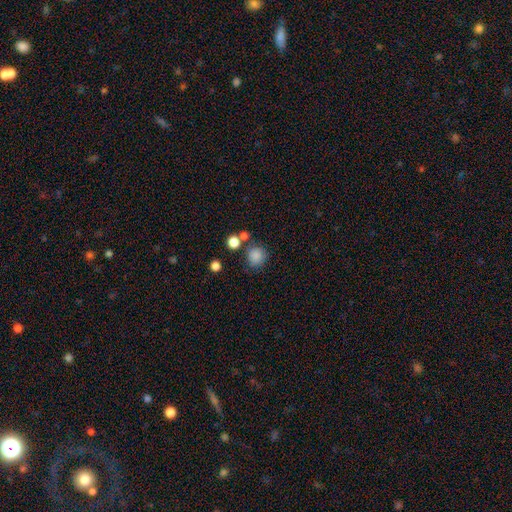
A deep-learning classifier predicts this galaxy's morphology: smooth 85%, star or artifact 11%, featured or disk 4%. Down the decision tree: how rounded — round (89%); merging — none (74%).